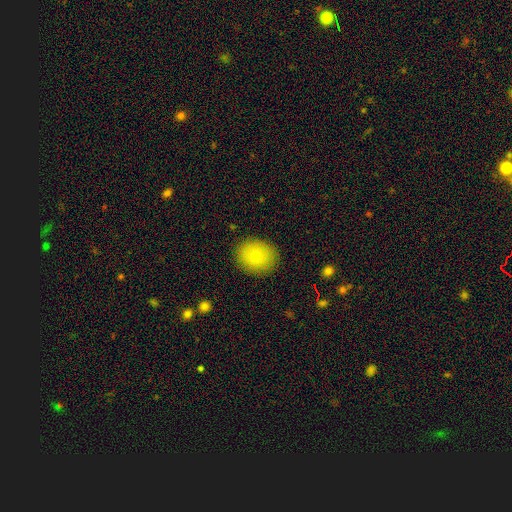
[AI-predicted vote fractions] This appears to be a smooth galaxy with no disk features (75%) that is round (67%). Merging: none (89%).